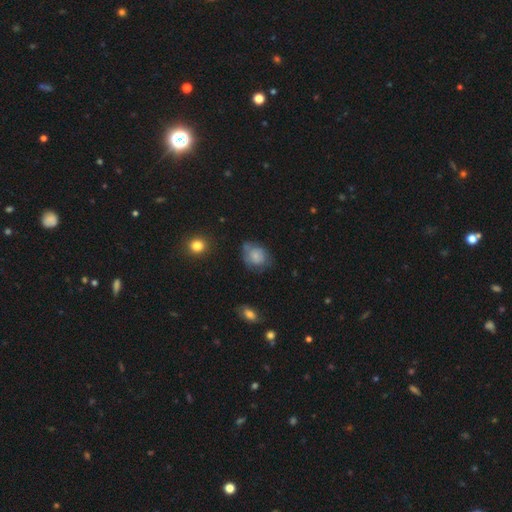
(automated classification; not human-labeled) smooth 63%, featured or disk 28%, star or artifact 10%. Down the decision tree: how rounded — in between (50%); merging — none (49%).